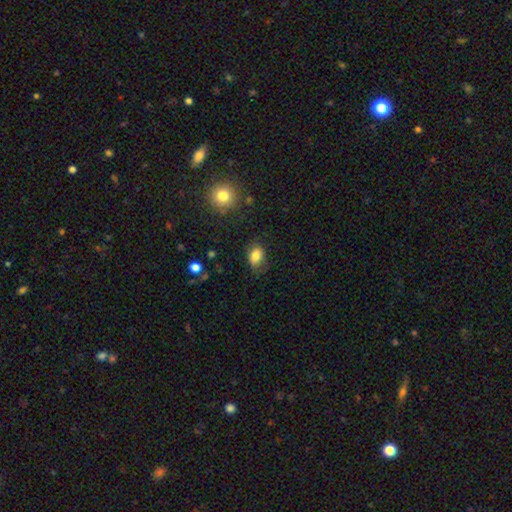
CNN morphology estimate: This is clearly a smooth galaxy (81%). How rounded: likely in between (75%). Merging: likely none (71%).